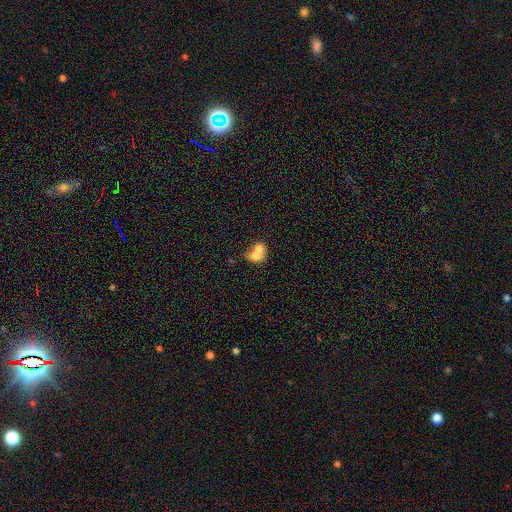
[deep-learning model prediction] Smooth or featured? Predicted: smooth (p=0.67). How rounded? Predicted: round (p=0.56). Merging? Predicted: merger (p=0.74).